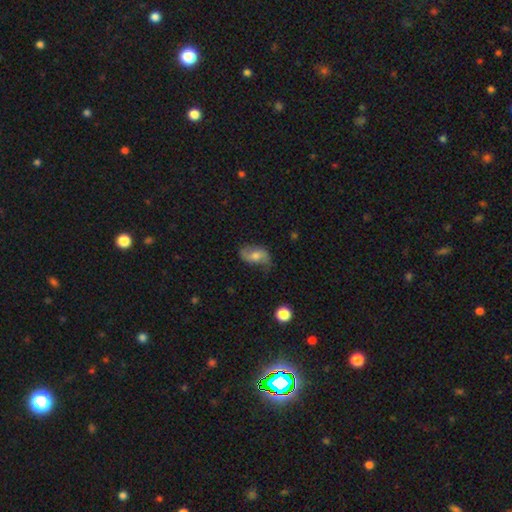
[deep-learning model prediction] Smooth or featured? featured or disk (50%)
Merging? none (59%)